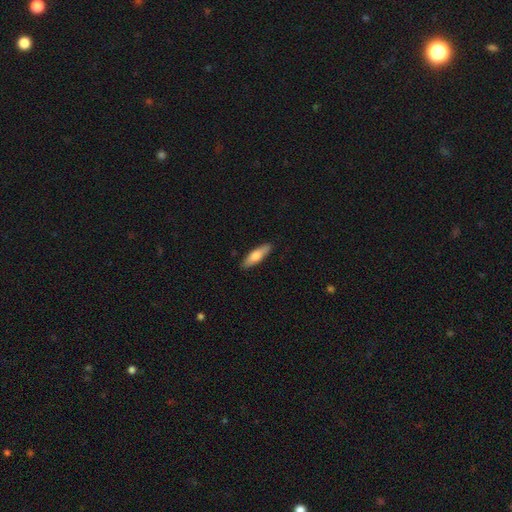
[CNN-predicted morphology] Smooth or featured: smooth — 66% (featured or disk — 28%)
How rounded: cigar-shaped — 59% (in between — 39%)
Merging: none — 89% (minor disturbance — 9%)